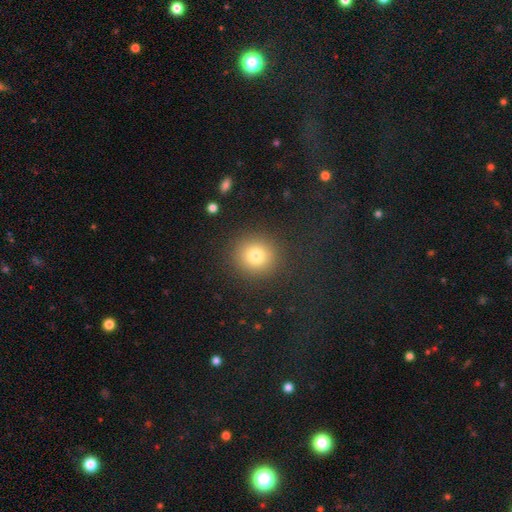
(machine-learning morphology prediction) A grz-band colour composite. It shows a smooth galaxy with no disk features (78%) that is round (91%). Merging: none (89%).